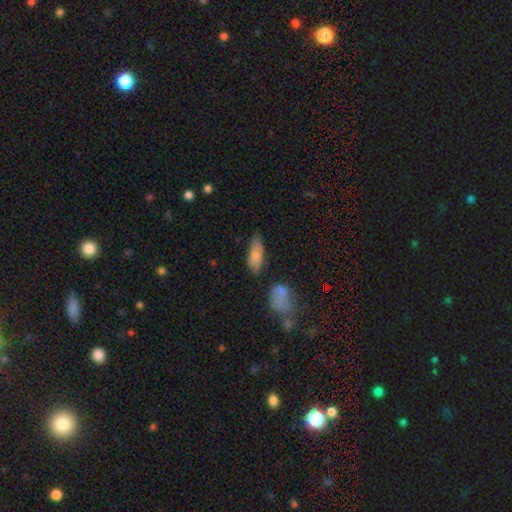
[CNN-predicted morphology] This is likely a smooth galaxy (76%). How rounded: likely in between (73%). Merging: possibly none (59%).